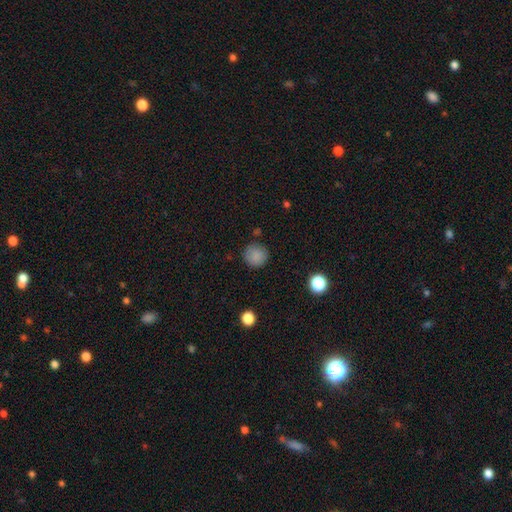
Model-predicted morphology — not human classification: smooth 85%, star or artifact 10%, featured or disk 6%. Down the decision tree: how rounded — round (92%); merging — none (85%).